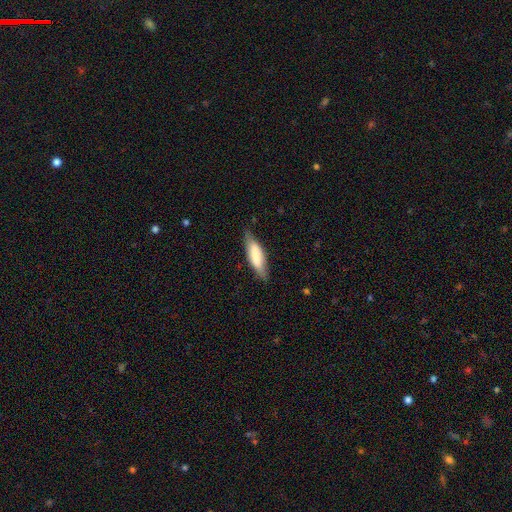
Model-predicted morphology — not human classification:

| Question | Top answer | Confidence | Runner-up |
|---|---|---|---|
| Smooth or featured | smooth | 68% | featured or disk (26%) |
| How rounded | cigar-shaped | 59% | in between (40%) |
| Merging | none | 75% | minor disturbance (20%) |